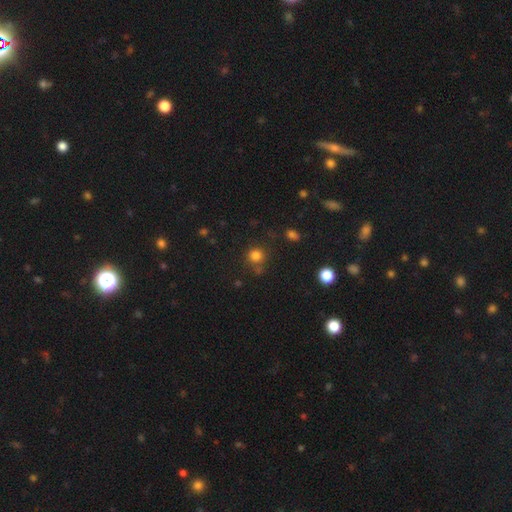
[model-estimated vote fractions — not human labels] A smooth galaxy with no disk features (80%) that is round (89%). Merging: none (73%).